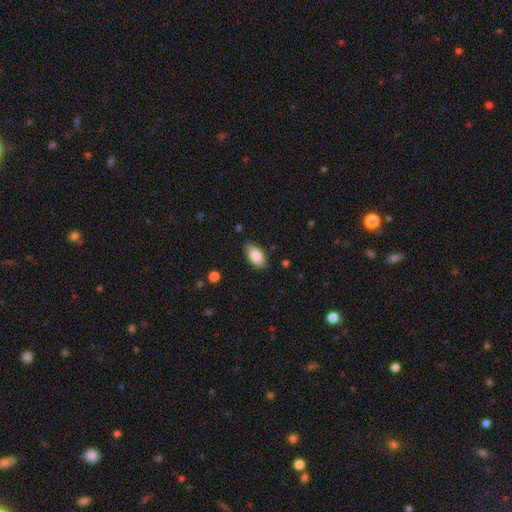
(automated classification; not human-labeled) A smooth galaxy with no disk features (85%) that is in between round and cigar-shaped (93%). Merging: none (85%).